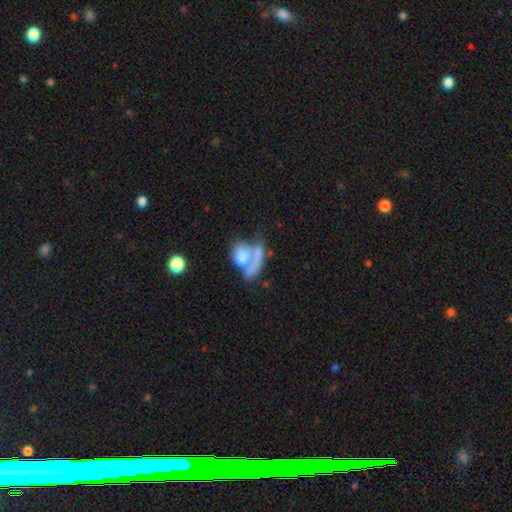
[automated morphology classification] Smooth or featured: smooth — 51% (featured or disk — 41%)
How rounded: in between — 64% (round — 30%)
Merging: merger — 43% (major disturbance — 23%)